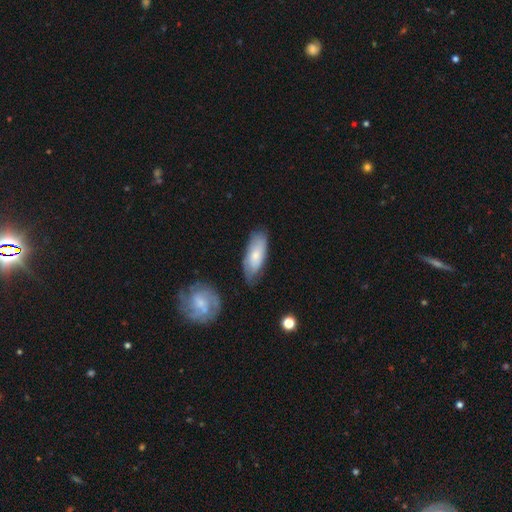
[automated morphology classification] smooth_or_featured: smooth (p=0.63) [alt: featured or disk p=0.31]
how_rounded: in between (p=0.78) [alt: cigar-shaped p=0.20]
merging: none (p=0.68) [alt: minor disturbance p=0.24]